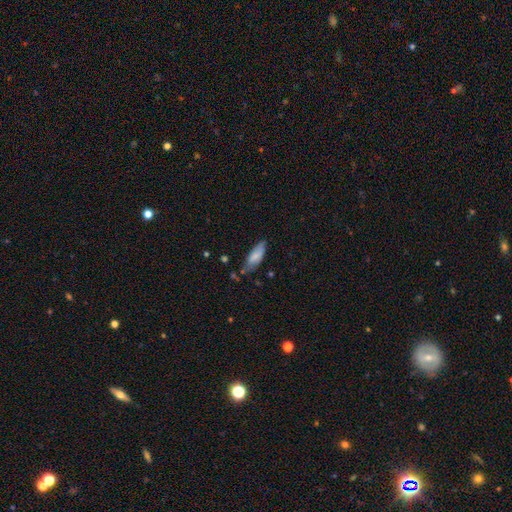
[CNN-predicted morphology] This appears to be a smooth galaxy with no disk features (77%) that is in between round and cigar-shaped (68%). Merging: none (60%).